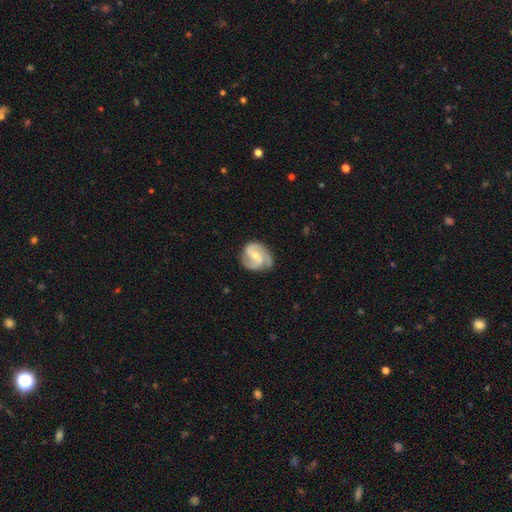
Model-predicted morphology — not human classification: Overall: featured or disk (83%). Edge-on disk: no (98%). Bar: weak (45%; no 39%). Spiral arms: yes (97%). Spiral arm count: 2 (71%). Spiral winding: medium (51%; tight 34%). Bulge size: small (54%; moderate 41%). Merging: none (72%).